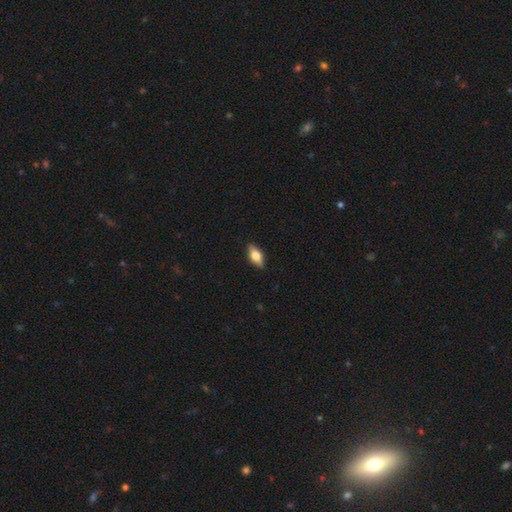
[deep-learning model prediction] Q: Smooth or featured?
A: smooth (63%); runner-up: featured or disk (30%)
Q: How rounded?
A: in between (83%); runner-up: cigar-shaped (13%)
Q: Merging?
A: none (87%); runner-up: minor disturbance (10%)